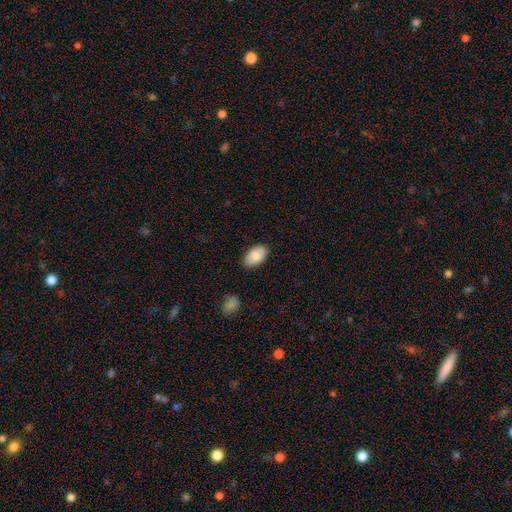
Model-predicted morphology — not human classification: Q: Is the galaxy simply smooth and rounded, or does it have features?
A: smooth — 83%.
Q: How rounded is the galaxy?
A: in between — 94%.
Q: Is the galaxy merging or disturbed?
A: none — 86%.